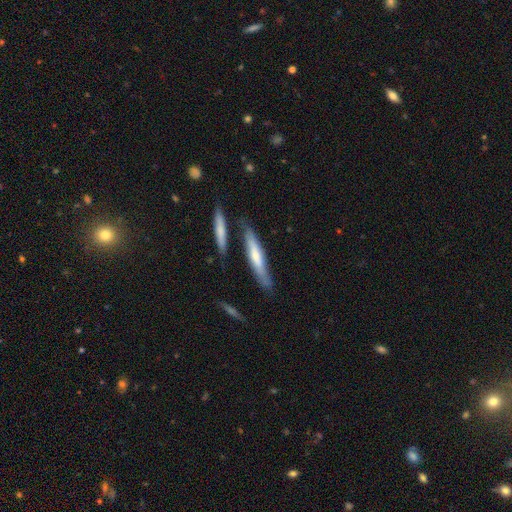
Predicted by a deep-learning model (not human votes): Q: Smooth or featured?
A: smooth (51%); runner-up: featured or disk (44%)
Q: How rounded?
A: cigar-shaped (87%); runner-up: in between (12%)
Q: Merging?
A: none (72%); runner-up: minor disturbance (15%)